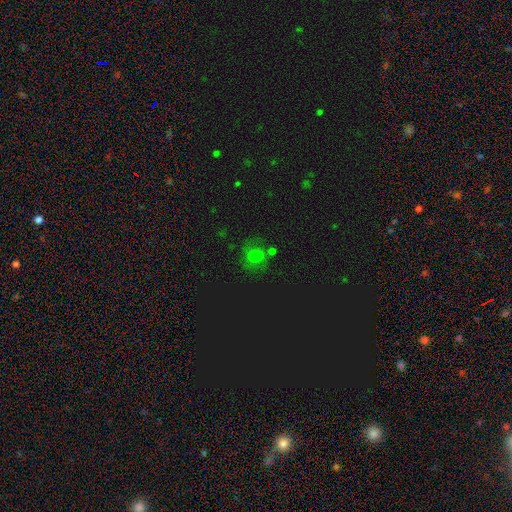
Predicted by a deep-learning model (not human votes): A smooth galaxy with no disk features (50%) that is round (78%).

Vote fractions:
- Smooth or featured? smooth: 50% / star or artifact: 31% / featured or disk: 19%
- How rounded? round: 78% / in between: 20% / cigar-shaped: 1%
- Merging? none: 67% / minor disturbance: 16% / major disturbance: 10% / merger: 8%